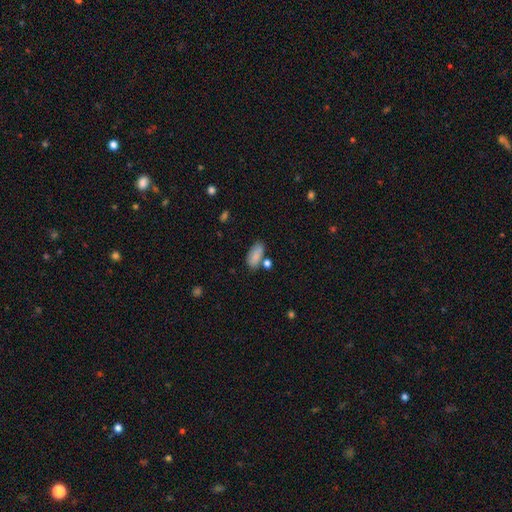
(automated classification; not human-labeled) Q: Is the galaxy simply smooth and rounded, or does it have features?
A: smooth — 85%.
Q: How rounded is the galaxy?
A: in between — 87%.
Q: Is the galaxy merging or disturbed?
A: none — 67%.